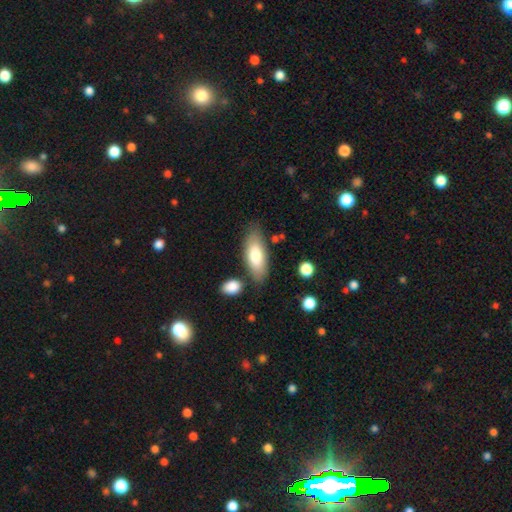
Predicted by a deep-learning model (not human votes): Smooth or featured?
  - smooth: 75% *
  - featured or disk: 19%
  - star or artifact: 6%
How rounded?
  - in between: 79% *
  - cigar-shaped: 19%
  - round: 2%
Merging?
  - none: 76% *
  - minor disturbance: 14%
  - merger: 6%
  - major disturbance: 4%